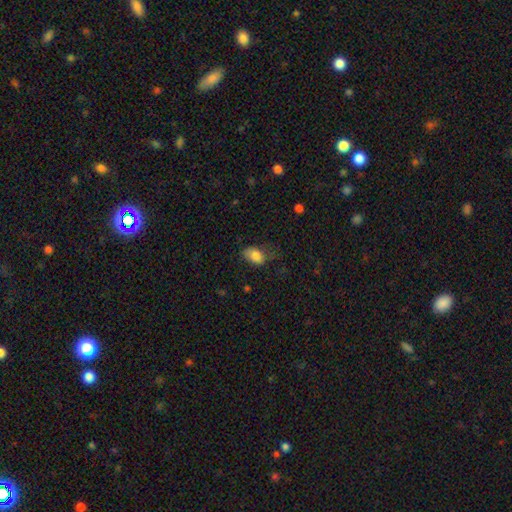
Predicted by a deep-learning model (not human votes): Overall: smooth (82%). How rounded: in between (84%). Merging: none (48%; minor disturbance 33%).